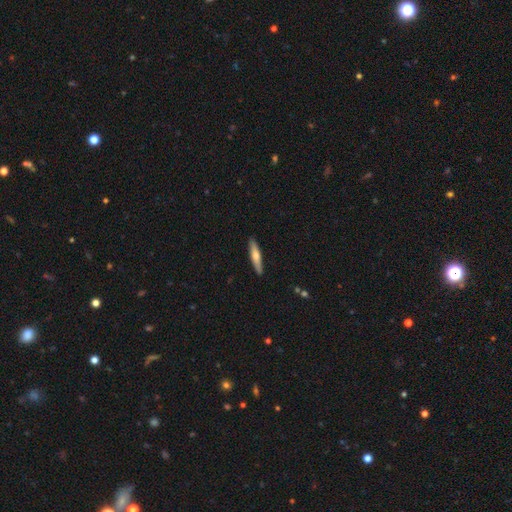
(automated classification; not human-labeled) smooth_or_featured: smooth (p=0.58) [alt: featured or disk p=0.37]
how_rounded: cigar-shaped (p=0.88) [alt: in between p=0.10]
merging: none (p=0.90) [alt: minor disturbance p=0.08]